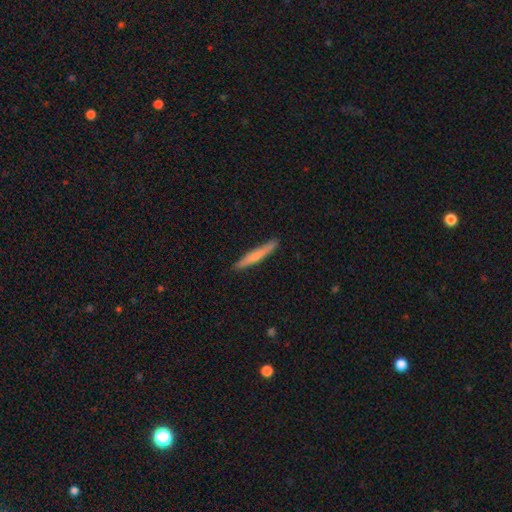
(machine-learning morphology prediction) Smooth or featured?
  - smooth: 64% *
  - featured or disk: 30%
  - star or artifact: 5%
How rounded?
  - cigar-shaped: 95% *
  - in between: 4%
  - round: 1%
Merging?
  - none: 89% *
  - minor disturbance: 8%
  - major disturbance: 1%
  - merger: 1%